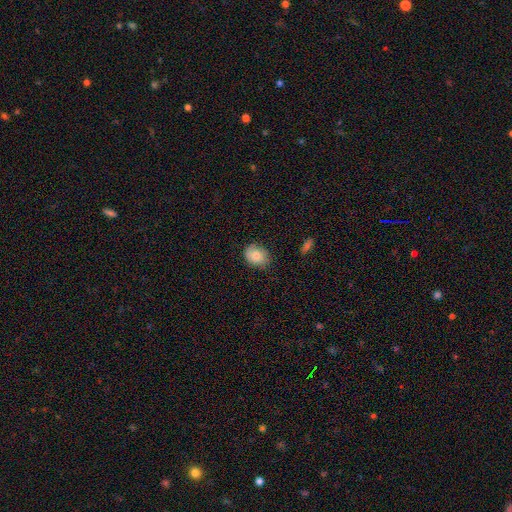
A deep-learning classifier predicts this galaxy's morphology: The model was most divided on "how rounded": in between: 58%, round: 41%, cigar-shaped: 1%. More confident: smooth or featured — smooth (80%); merging — none (73%).